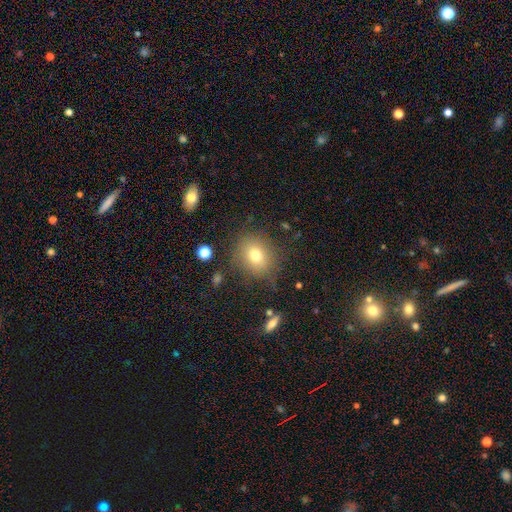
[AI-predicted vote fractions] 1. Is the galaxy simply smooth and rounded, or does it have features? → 73% smooth, 14% star or artifact, 13% featured or disk.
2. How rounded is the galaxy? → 73% round, 26% in between, 1% cigar-shaped.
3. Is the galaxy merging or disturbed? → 80% none, 13% minor disturbance, 5% major disturbance, 2% merger.